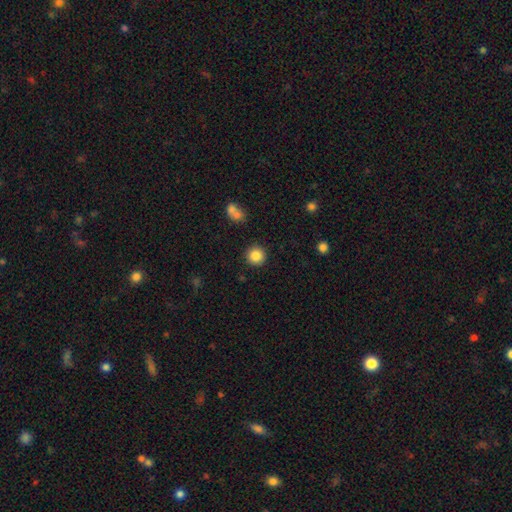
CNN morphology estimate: Smooth or featured? smooth (86%)
How rounded? round (94%)
Merging? none (91%)